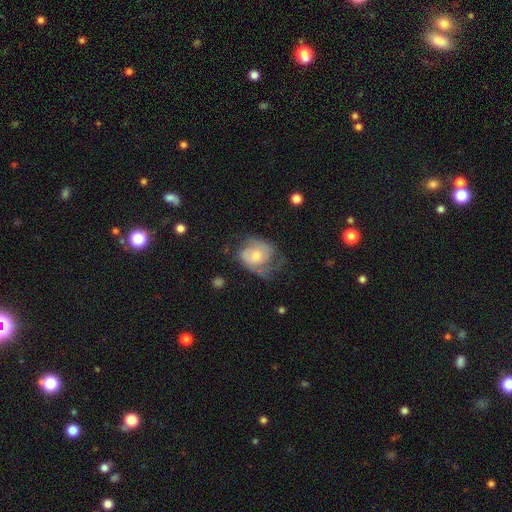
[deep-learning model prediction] Smooth or featured: featured or disk — 61% (smooth — 32%)
Edge-on disk: no — 97% (yes — 3%)
Bar: no — 75% (weak — 21%)
Spiral arms: yes — 77% (no — 23%)
Bulge size: moderate — 58% (small — 33%)
Merging: none — 40% (minor disturbance — 30%)